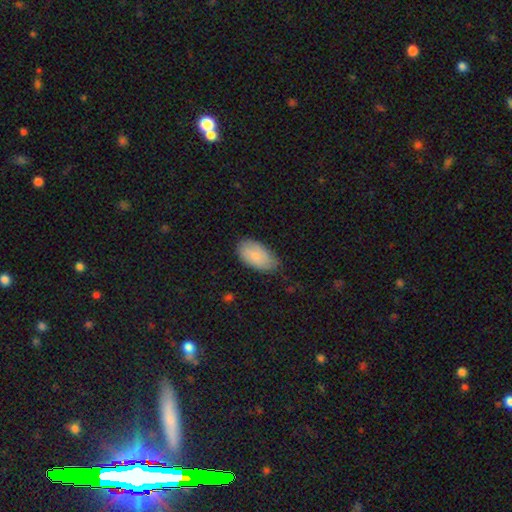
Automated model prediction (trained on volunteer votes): A smooth galaxy with no disk features (80%) that is in between round and cigar-shaped (95%).

Vote fractions:
- Smooth or featured? smooth: 80% / featured or disk: 14% / star or artifact: 6%
- How rounded? in between: 95% / round: 3% / cigar-shaped: 2%
- Merging? none: 69% / minor disturbance: 26% / major disturbance: 4% / merger: 1%